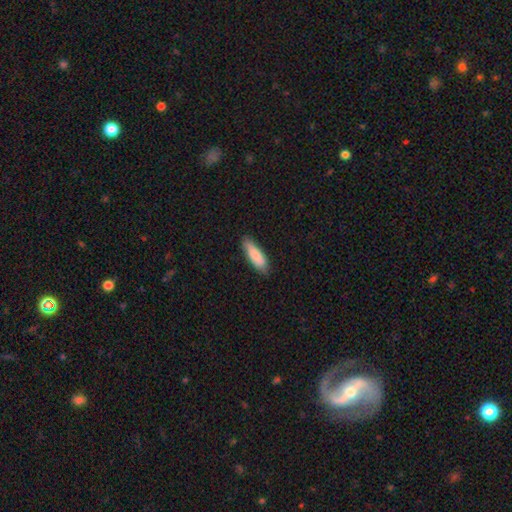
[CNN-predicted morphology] This appears to be a smooth galaxy with no disk features (85%) that is cigar-shaped (50%). Merging: none (82%).